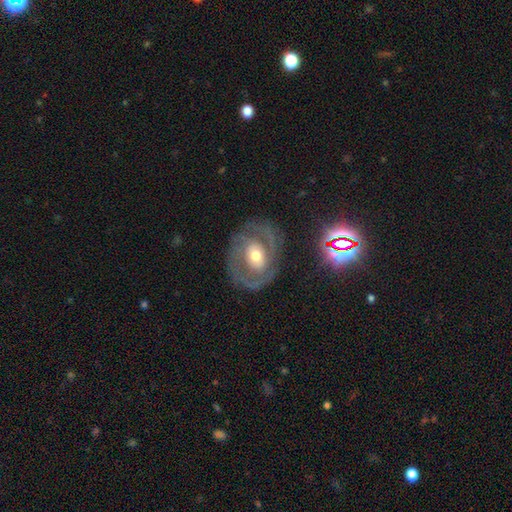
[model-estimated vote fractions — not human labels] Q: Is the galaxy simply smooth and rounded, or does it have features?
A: featured or disk — 74%.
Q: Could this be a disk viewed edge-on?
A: no — 95%.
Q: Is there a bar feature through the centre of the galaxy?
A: weak — 38%.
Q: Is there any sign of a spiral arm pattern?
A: yes — 68%.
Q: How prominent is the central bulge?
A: moderate — 65%.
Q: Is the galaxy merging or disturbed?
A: none — 79%.